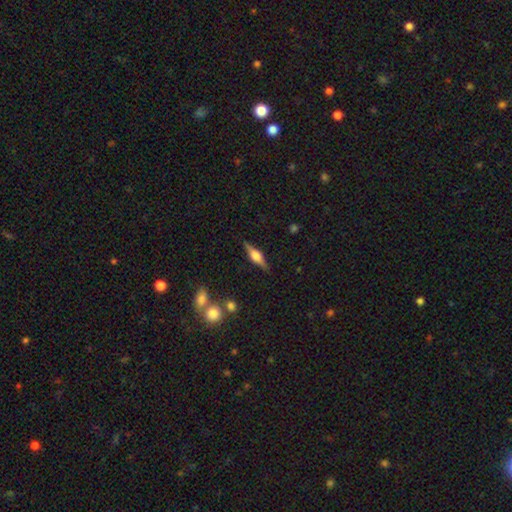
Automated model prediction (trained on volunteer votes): The model was most divided on "smooth or featured": featured or disk: 69%, smooth: 24%, star or artifact: 7%. More confident: edge-on disk — yes (96%); merging — none (87%); edge-on bulge — rounded (84%).